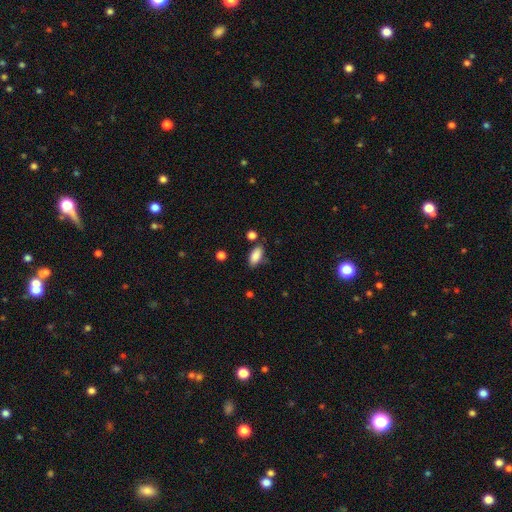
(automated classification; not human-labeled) This appears to be a smooth galaxy with no disk features (87%) that is in between round and cigar-shaped (89%). Merging: none (76%).